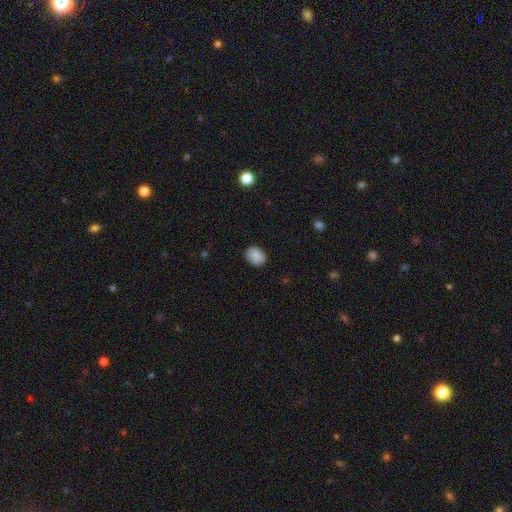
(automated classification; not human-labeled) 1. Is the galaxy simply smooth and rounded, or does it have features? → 88% smooth, 8% star or artifact, 4% featured or disk.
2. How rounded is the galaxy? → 60% in between, 39% round, 1% cigar-shaped.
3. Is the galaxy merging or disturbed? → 86% none, 10% minor disturbance, 2% major disturbance, 1% merger.